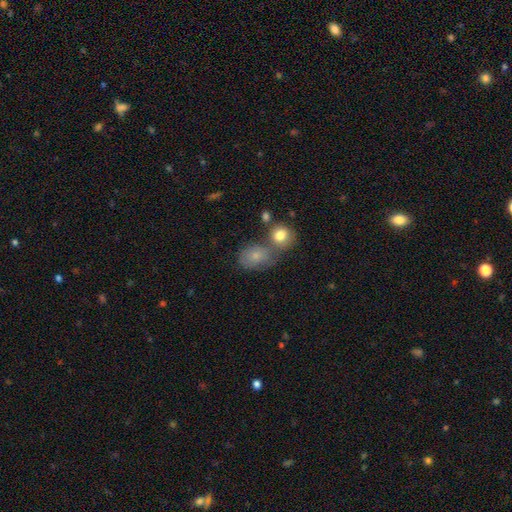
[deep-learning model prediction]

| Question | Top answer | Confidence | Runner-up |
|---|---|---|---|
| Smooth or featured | smooth | 75% | featured or disk (14%) |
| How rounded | in between | 59% | round (40%) |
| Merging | none | 41% | merger (38%) |